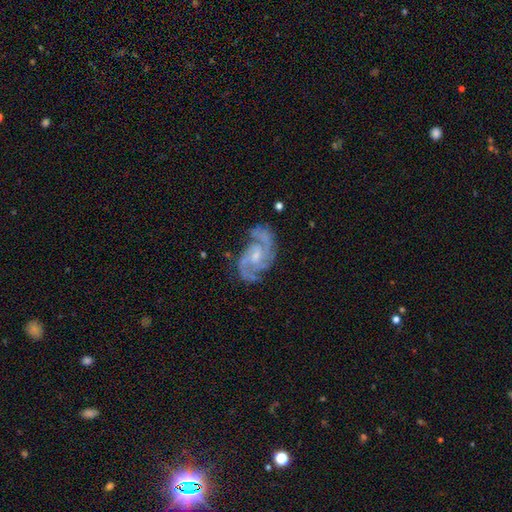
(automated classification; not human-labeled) Morphology: type=featured or disk (91%); edge-on=no (98%); bar=no (47%); spiral arms=yes (98%); winding=medium (55%); arm count=2 (54%); bulge=small (53%); merging=none (70%).